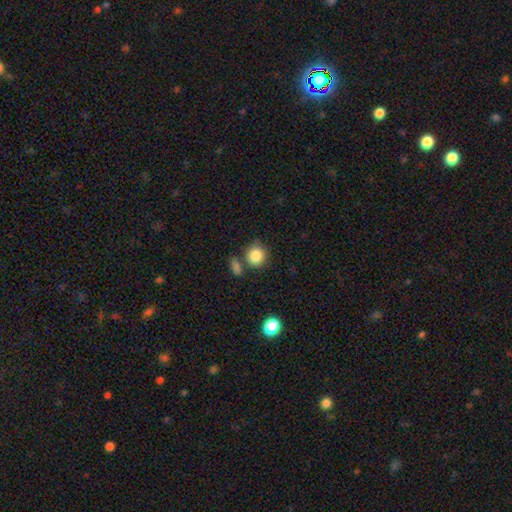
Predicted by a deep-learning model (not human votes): smooth_or_featured: smooth (p=0.85) [alt: star or artifact p=0.09]
how_rounded: round (p=0.86) [alt: in between p=0.13]
merging: none (p=0.69) [alt: merger p=0.14]